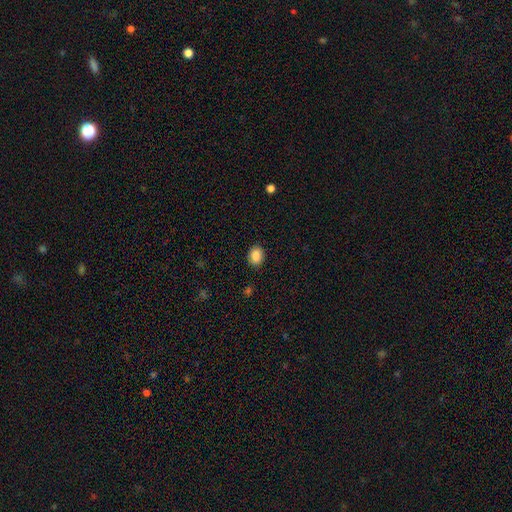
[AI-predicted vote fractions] The model was most divided on "how rounded": in between: 54%, round: 45%, cigar-shaped: 1%. More confident: merging — none (89%); smooth or featured — smooth (86%).